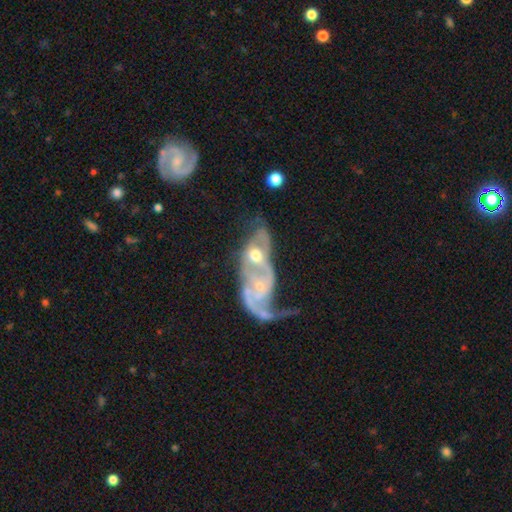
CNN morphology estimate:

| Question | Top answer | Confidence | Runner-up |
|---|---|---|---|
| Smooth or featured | featured or disk | 75% | smooth (18%) |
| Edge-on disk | no | 94% | yes (6%) |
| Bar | no | 72% | weak (21%) |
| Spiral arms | yes | 68% | no (32%) |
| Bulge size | moderate | 46% | small (43%) |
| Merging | merger | 68% | major disturbance (17%) |